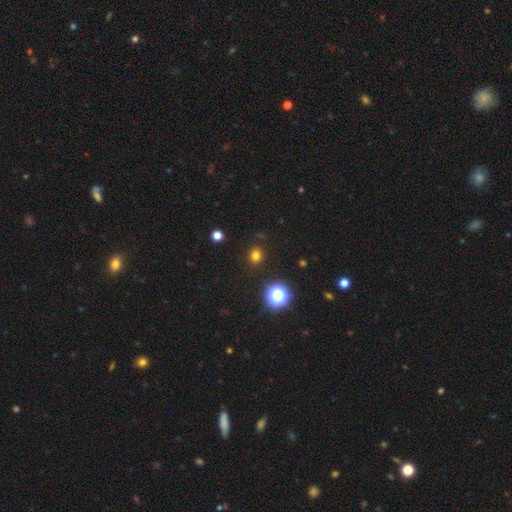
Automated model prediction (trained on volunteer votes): smooth 76%, star or artifact 19%, featured or disk 5%. Down the decision tree: how rounded — round (85%); merging — none (90%).